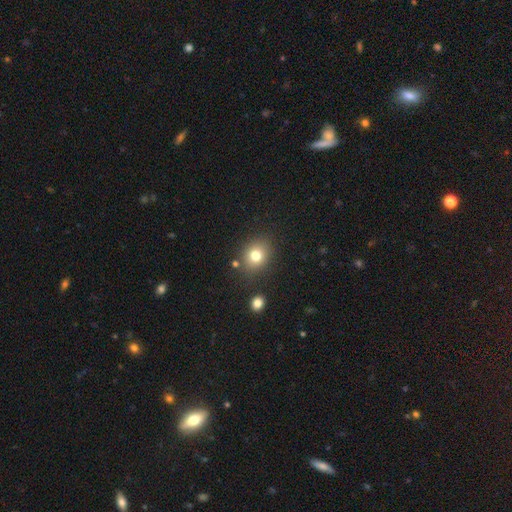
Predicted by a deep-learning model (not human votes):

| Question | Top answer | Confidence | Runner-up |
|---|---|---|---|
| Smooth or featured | smooth | 78% | star or artifact (13%) |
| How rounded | round | 65% | in between (35%) |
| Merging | none | 81% | minor disturbance (11%) |